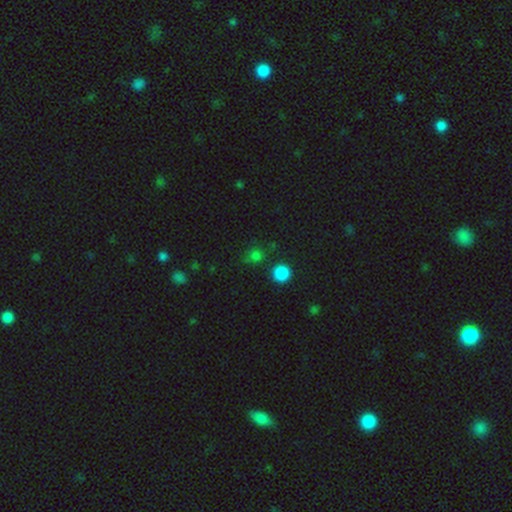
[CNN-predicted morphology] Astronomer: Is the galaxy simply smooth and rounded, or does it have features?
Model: smooth — 71%.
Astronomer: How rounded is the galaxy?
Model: round — 90%.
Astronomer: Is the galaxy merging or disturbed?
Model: none — 79%.